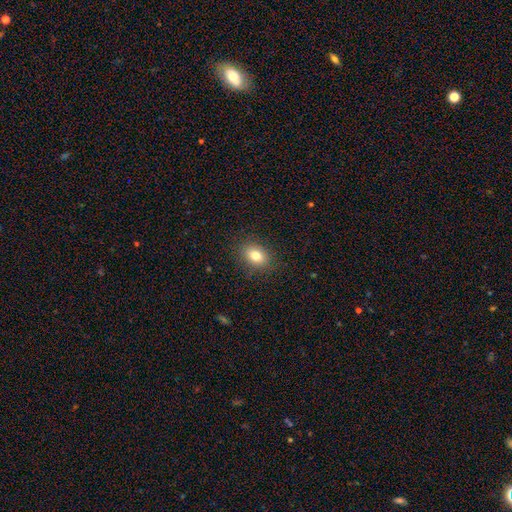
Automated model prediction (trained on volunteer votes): Q: Smooth or featured?
A: smooth (80%); runner-up: star or artifact (11%)
Q: How rounded?
A: in between (67%); runner-up: round (32%)
Q: Merging?
A: none (88%); runner-up: minor disturbance (9%)